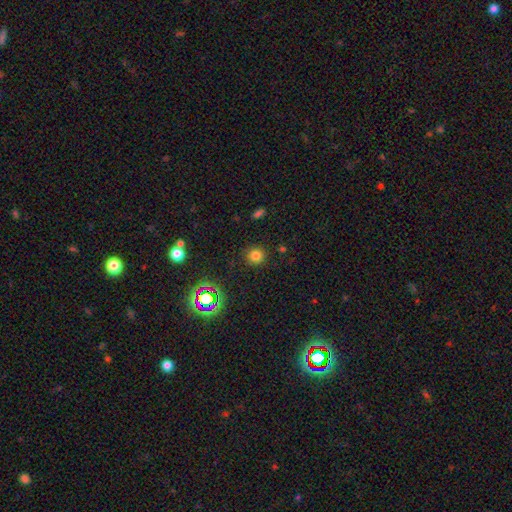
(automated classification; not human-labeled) A smooth galaxy with no disk features (76%) that is round (91%). Merging: none (89%).